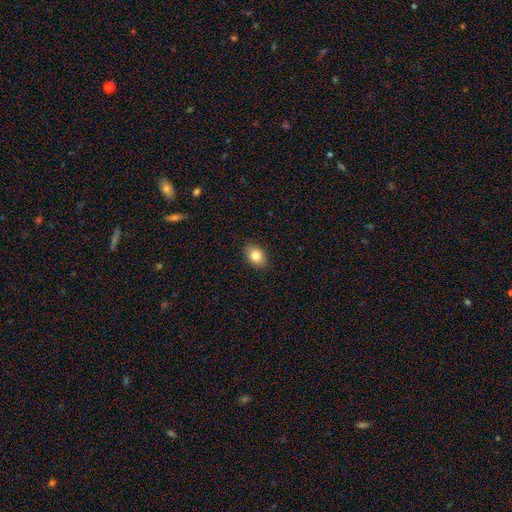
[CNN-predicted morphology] A smooth galaxy with no disk features (83%) that is in between round and cigar-shaped (77%). Merging: none (89%).